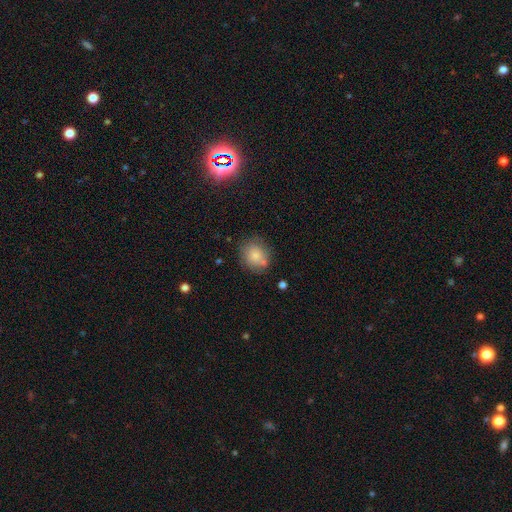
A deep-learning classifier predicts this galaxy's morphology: A smooth galaxy with no disk features (77%) that is round (68%). Merging: none (66%).